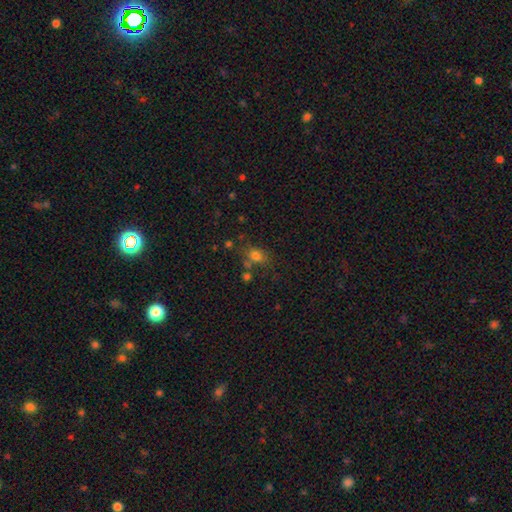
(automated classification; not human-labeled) Smooth or featured? Predicted: smooth (p=0.74). How rounded? Predicted: round (p=0.50). Merging? Predicted: none (p=0.60).